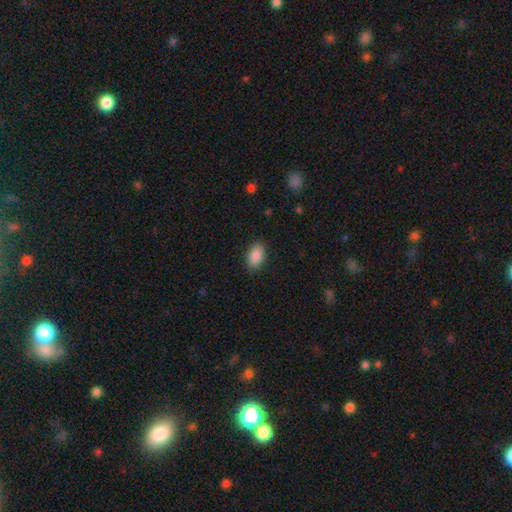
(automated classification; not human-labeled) A smooth galaxy with no disk features (89%) that is in between round and cigar-shaped (93%).

Vote fractions:
- Smooth or featured? smooth: 89% / star or artifact: 7% / featured or disk: 4%
- How rounded? in between: 93% / round: 5% / cigar-shaped: 2%
- Merging? none: 88% / minor disturbance: 9% / major disturbance: 2% / merger: 1%